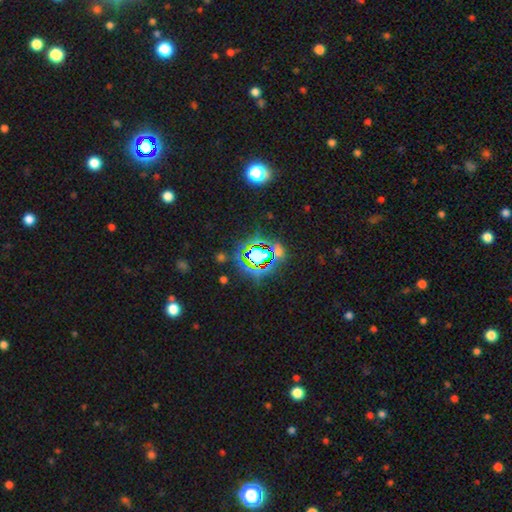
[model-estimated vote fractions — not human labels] star or artifact 68%, smooth 20%, featured or disk 12%.